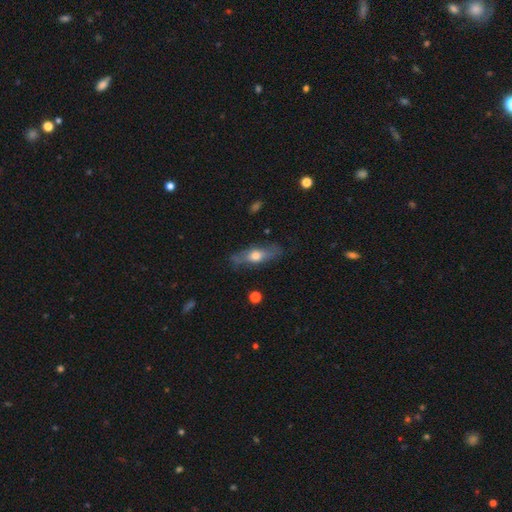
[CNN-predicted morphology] The model was most divided on "smooth or featured": smooth: 48%, featured or disk: 46%, star or artifact: 7%. More confident: merging — none (74%).